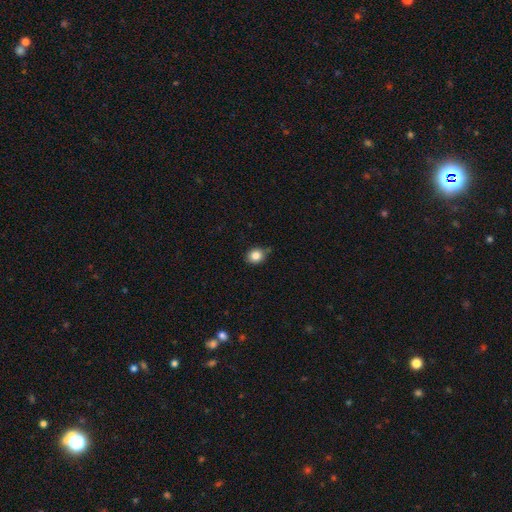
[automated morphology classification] type=smooth (83%); roundness=round (70%); merging=none (75%).